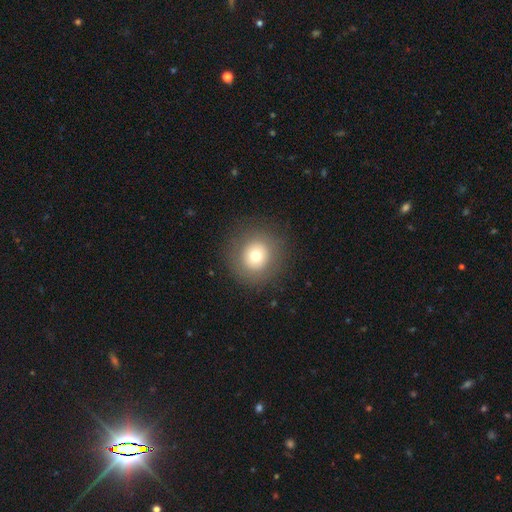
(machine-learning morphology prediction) Smooth or featured? Predicted: smooth (p=0.71). How rounded? Predicted: round (p=0.93). Merging? Predicted: none (p=0.87).